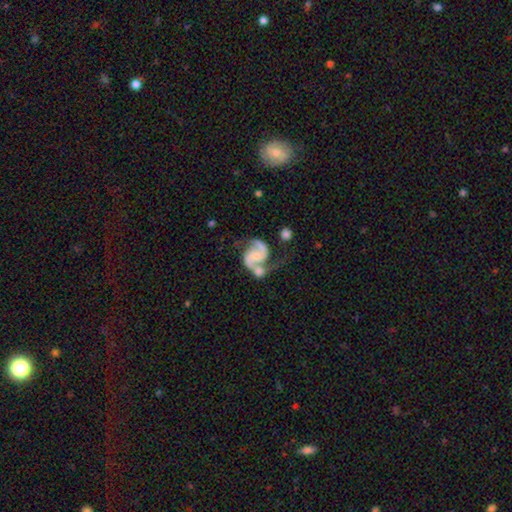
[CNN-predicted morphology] A featured or disk galaxy (91%) with no bar (55%), 2 (93%) medium (59%) spiral arms (98%) and a small central bulge (47%). Merging: none (42%).